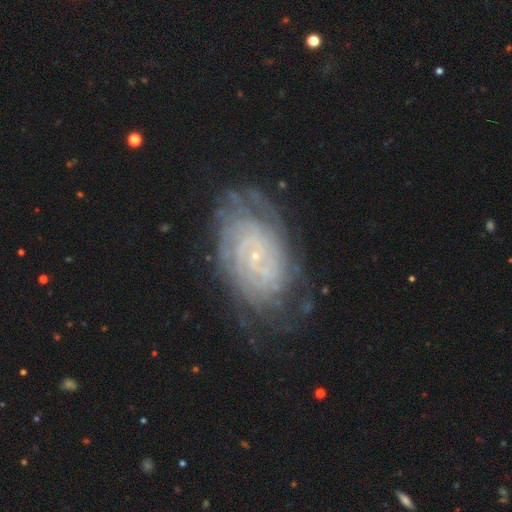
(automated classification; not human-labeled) This is clearly a featured or disk galaxy (84%). It is clearly not viewed edge-on (96%). Bar: likely no (67%). Spiral arm pattern: clearly yes (95%). Spiral arm count: marginally can't tell (40%). Spiral winding: clearly tight (82%). Central bulge: clearly small (87%). Merging: likely none (72%).